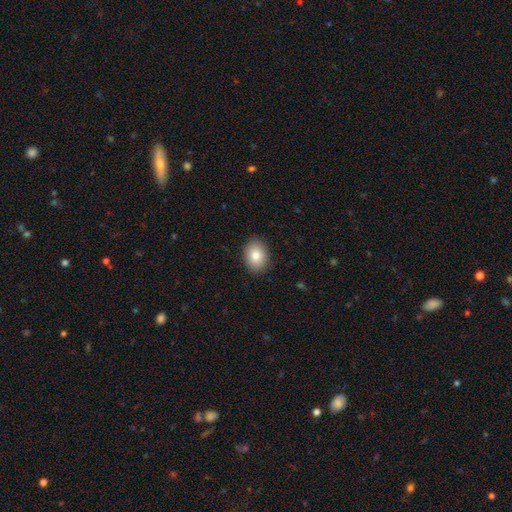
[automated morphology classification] Smooth or featured? Predicted: smooth (p=0.82). How rounded? Predicted: in between (p=0.66). Merging? Predicted: none (p=0.89).